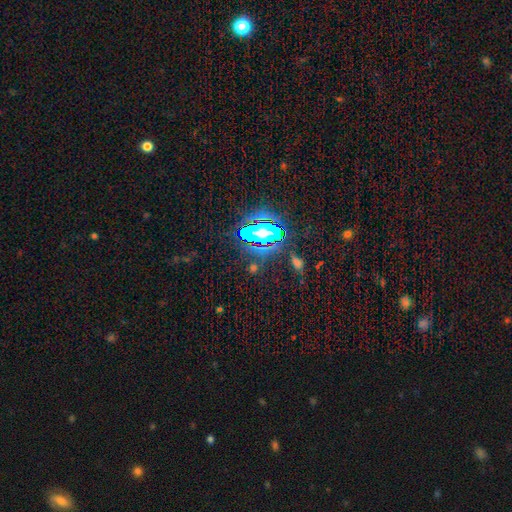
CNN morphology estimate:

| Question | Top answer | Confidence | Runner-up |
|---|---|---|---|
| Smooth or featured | star or artifact | 83% | smooth (10%) |